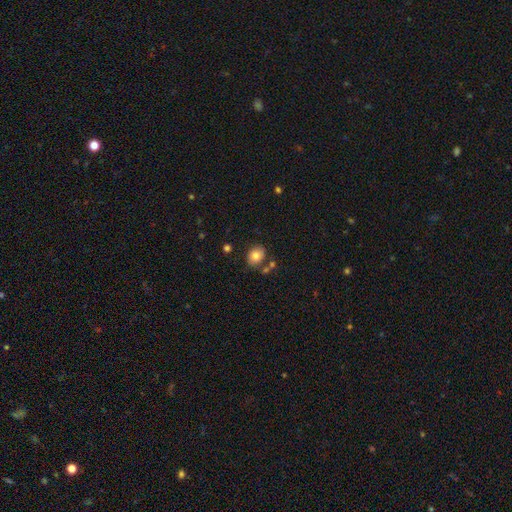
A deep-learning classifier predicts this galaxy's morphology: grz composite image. It shows a smooth galaxy with no disk features (80%) that is round (57%). Merging: none (72%).